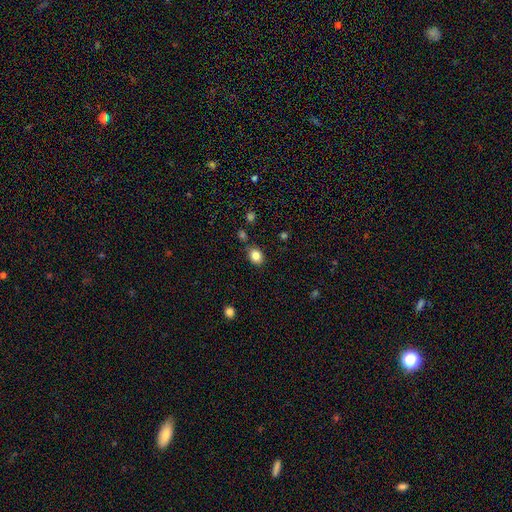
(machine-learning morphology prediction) This is clearly a smooth galaxy (84%). How rounded: possibly in between (53%). Merging: likely none (78%).